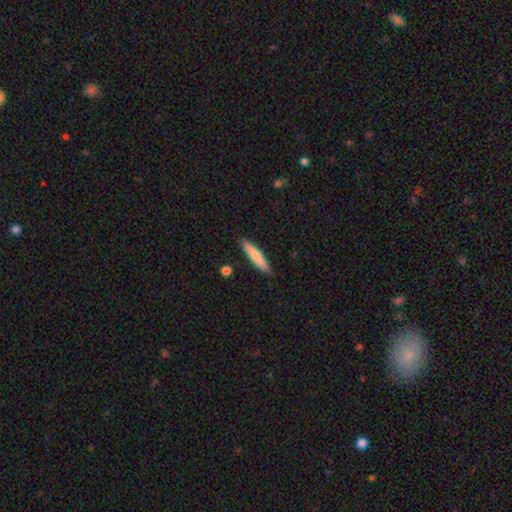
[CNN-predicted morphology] A smooth galaxy with no disk features (77%) that is cigar-shaped (85%).

Vote fractions:
- Smooth or featured? smooth: 77% / featured or disk: 17% / star or artifact: 6%
- How rounded? cigar-shaped: 85% / in between: 13% / round: 1%
- Merging? none: 87% / minor disturbance: 10% / major disturbance: 2% / merger: 2%